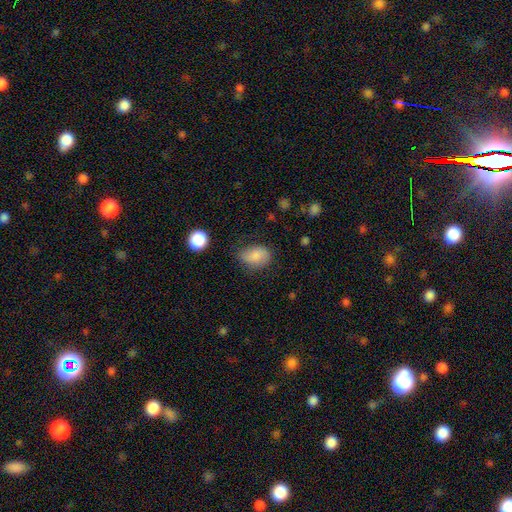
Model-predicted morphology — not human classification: A smooth galaxy with no disk features (79%) that is in between round and cigar-shaped (74%).

Vote fractions:
- Smooth or featured? smooth: 79% / featured or disk: 13% / star or artifact: 9%
- How rounded? in between: 74% / round: 24% / cigar-shaped: 1%
- Merging? none: 63% / minor disturbance: 28% / major disturbance: 8% / merger: 2%